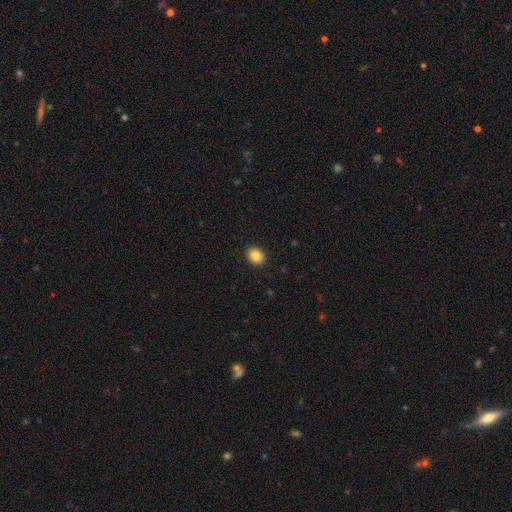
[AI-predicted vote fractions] Smooth or featured? smooth (86%)
How rounded? in between (50%)
Merging? none (91%)